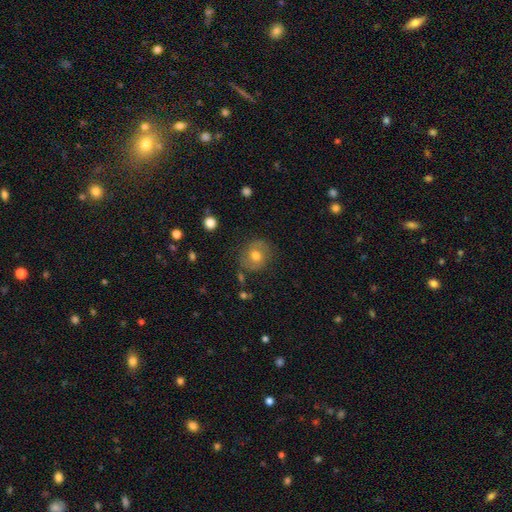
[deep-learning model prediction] smooth 61%, featured or disk 29%, star or artifact 10%. Down the decision tree: how rounded — round (79%); merging — none (77%).